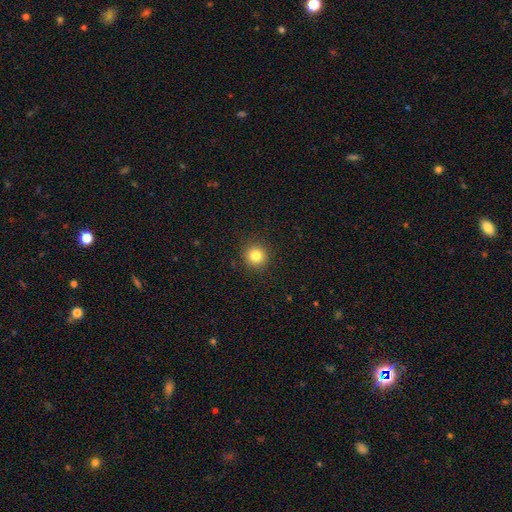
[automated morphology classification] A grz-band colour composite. It shows a smooth galaxy with no disk features (81%) that is round (95%). Merging: none (92%).